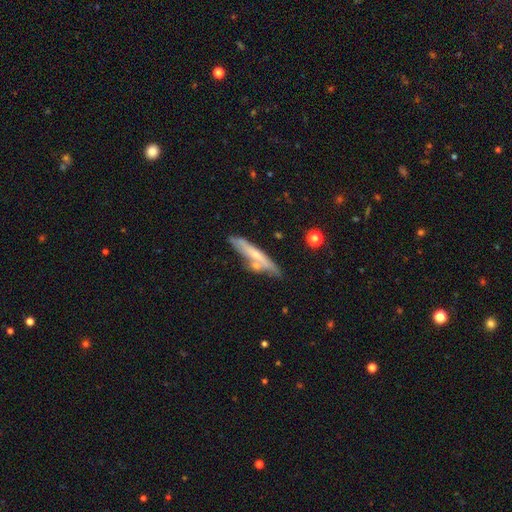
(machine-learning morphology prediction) smooth_or_featured: featured or disk (p=0.48) [alt: smooth p=0.45]
merging: none (p=0.63) [alt: minor disturbance p=0.18]